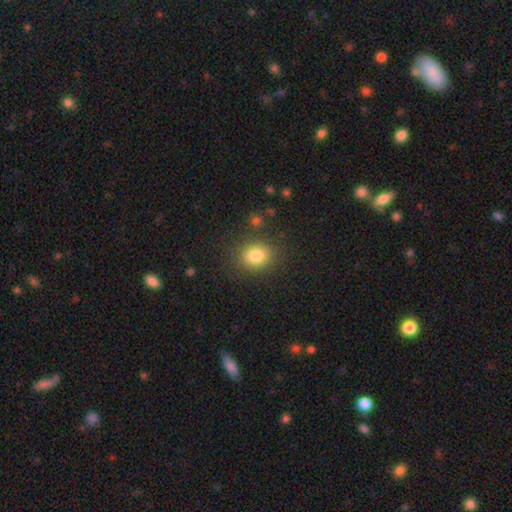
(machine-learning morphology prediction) smooth_or_featured: smooth (p=0.82) [alt: star or artifact p=0.11]
how_rounded: round (p=0.60) [alt: in between p=0.39]
merging: none (p=0.83) [alt: minor disturbance p=0.11]